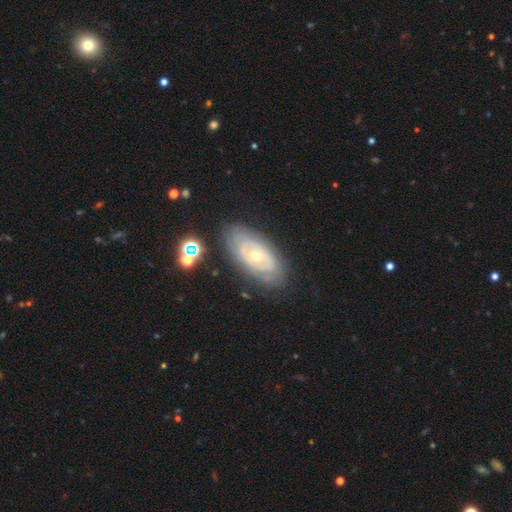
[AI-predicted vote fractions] A featured or disk galaxy (77%) with no bar (83%), spiral arms (63%) and a small central bulge (52%). Merging: none (77%).